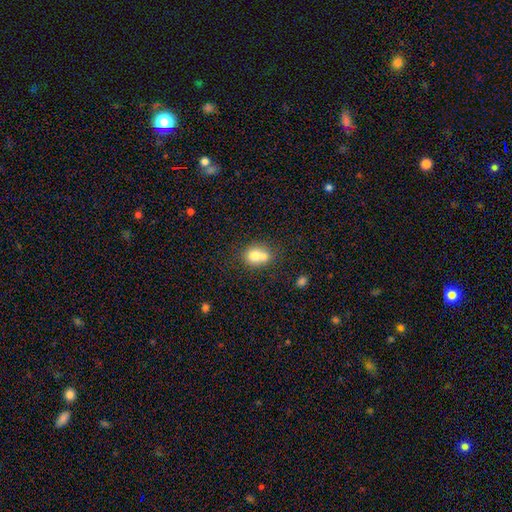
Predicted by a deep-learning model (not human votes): The model was most divided on "merging": merger: 58%, none: 32%, minor disturbance: 7%, major disturbance: 3%. More confident: smooth or featured — smooth (72%); how rounded — round (70%).